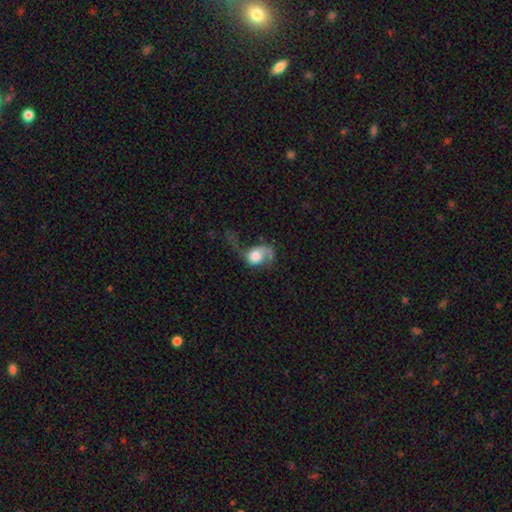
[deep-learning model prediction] This appears to be a featured or disk galaxy (53%) with no bar (78%), spiral arms (83%) and a large central bulge (47%). Merging: major disturbance (53%).